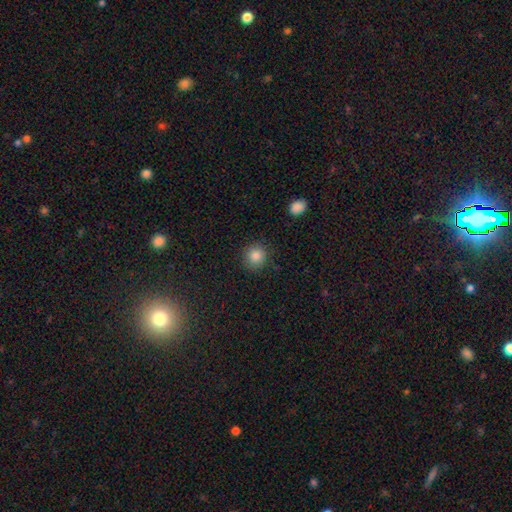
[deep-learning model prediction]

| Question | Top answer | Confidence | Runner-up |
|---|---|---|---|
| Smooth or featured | smooth | 85% | star or artifact (10%) |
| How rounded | round | 91% | in between (8%) |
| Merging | none | 89% | minor disturbance (8%) |